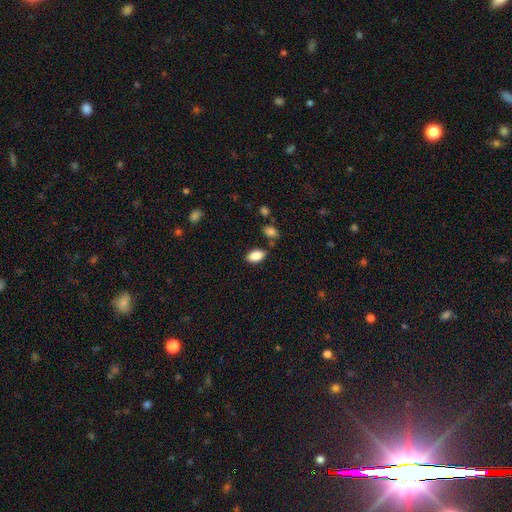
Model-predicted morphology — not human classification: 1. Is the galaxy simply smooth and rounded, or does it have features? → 88% smooth, 7% star or artifact, 5% featured or disk.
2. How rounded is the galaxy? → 93% in between, 4% round, 3% cigar-shaped.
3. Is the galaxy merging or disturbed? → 78% none, 13% minor disturbance, 6% merger, 3% major disturbance.